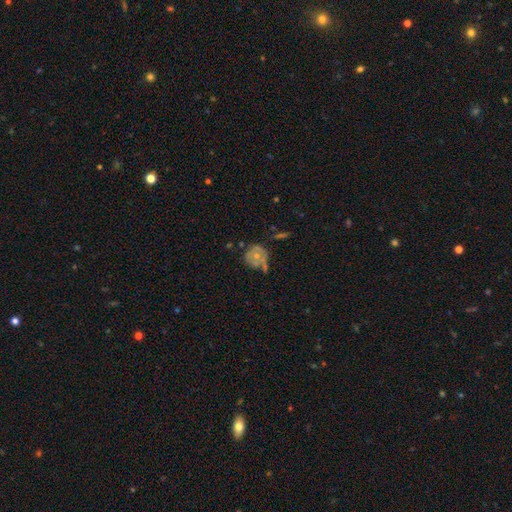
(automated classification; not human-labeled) A featured or disk galaxy (50%). Merging: none (48%).